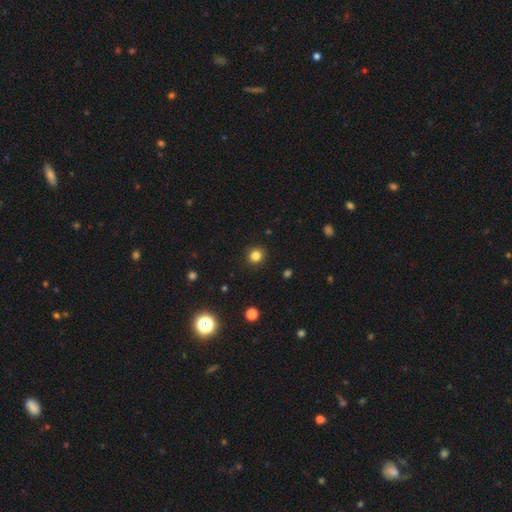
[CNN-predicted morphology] The model was most divided on "smooth or featured": smooth: 83%, star or artifact: 12%, featured or disk: 5%. More confident: merging — none (92%); how rounded — round (89%).